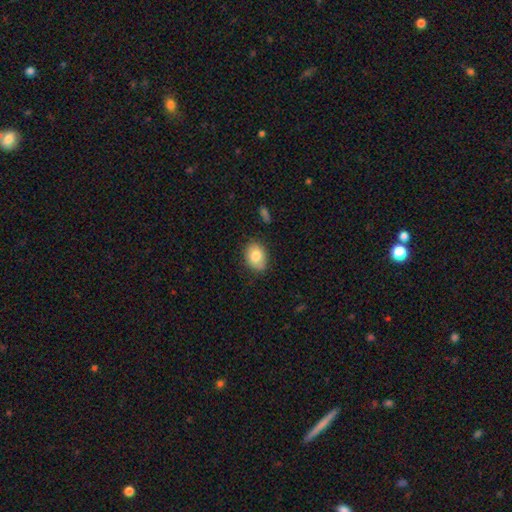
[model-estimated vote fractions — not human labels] A smooth galaxy with no disk features (82%) that is in between round and cigar-shaped (65%). Merging: none (76%).